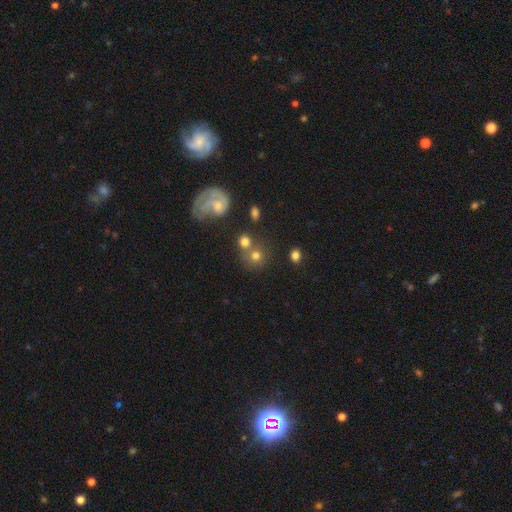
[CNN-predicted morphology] The model was most divided on "merging": none: 55%, merger: 28%, minor disturbance: 11%, major disturbance: 6%. More confident: how rounded — round (84%); smooth or featured — smooth (69%).